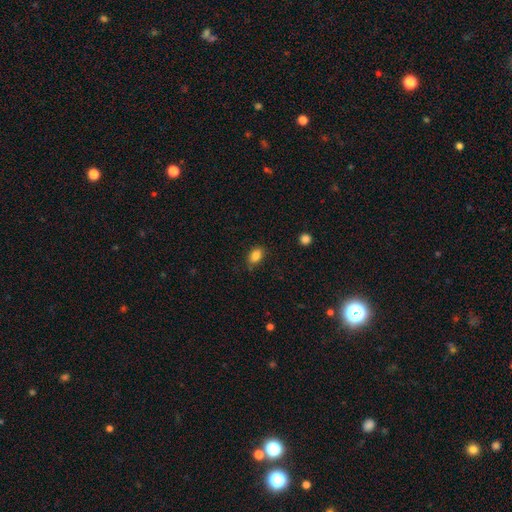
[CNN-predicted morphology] The model was most divided on "merging": none: 79%, minor disturbance: 16%, major disturbance: 3%, merger: 2%. More confident: smooth or featured — smooth (85%); how rounded — in between (82%).